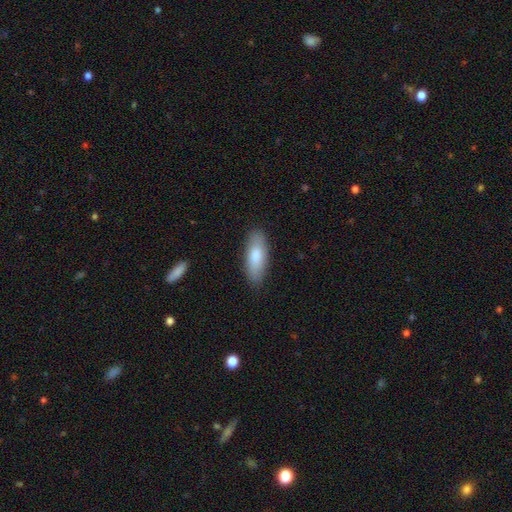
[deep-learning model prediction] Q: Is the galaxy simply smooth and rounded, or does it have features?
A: smooth — 79%.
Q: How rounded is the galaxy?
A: in between — 72%.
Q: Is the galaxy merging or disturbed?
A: none — 86%.